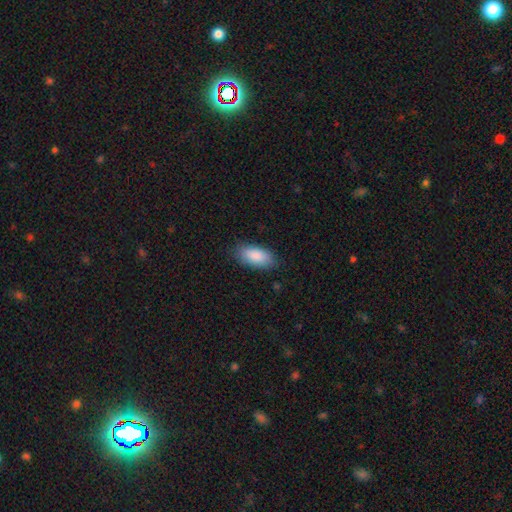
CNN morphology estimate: This appears to be a smooth galaxy with no disk features (89%) that is in between round and cigar-shaped (92%). Merging: none (83%).